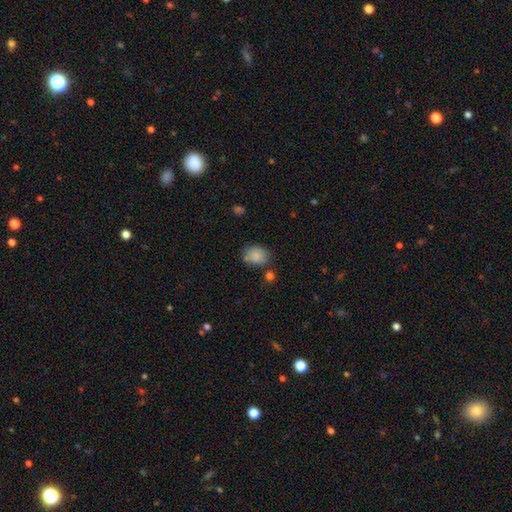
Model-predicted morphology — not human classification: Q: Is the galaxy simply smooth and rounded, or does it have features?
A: smooth — 85%.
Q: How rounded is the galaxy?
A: in between — 50%.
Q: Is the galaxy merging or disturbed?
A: none — 65%.